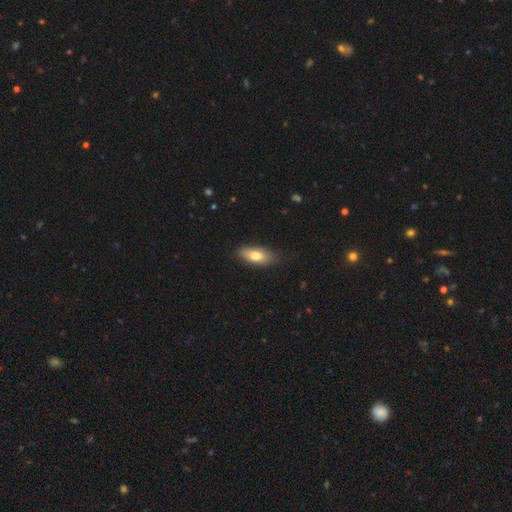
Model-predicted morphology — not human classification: type=smooth (75%); roundness=in between (83%); merging=none (80%).